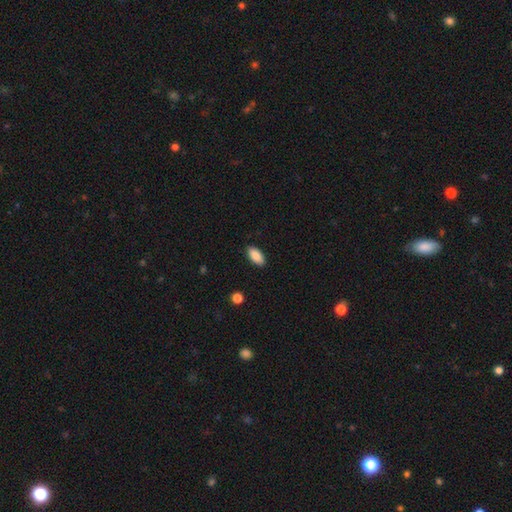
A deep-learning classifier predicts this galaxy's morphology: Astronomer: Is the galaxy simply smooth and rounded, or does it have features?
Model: smooth — 88%.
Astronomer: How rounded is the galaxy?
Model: in between — 92%.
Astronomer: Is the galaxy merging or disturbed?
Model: none — 88%.